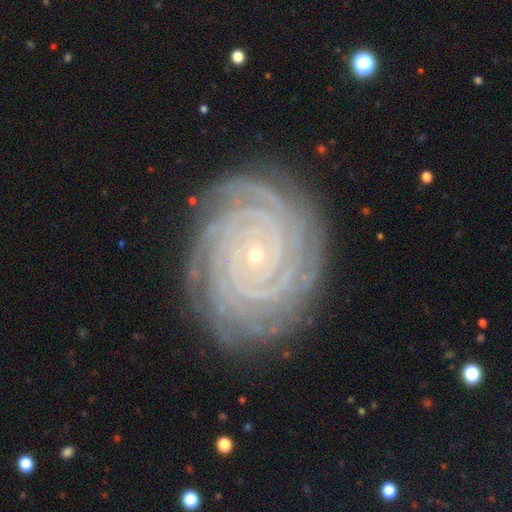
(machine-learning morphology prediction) Smooth or featured? Predicted: featured or disk (p=0.91). Edge-on disk? Predicted: no (p=0.98). Bar? Predicted: no (p=0.76). Spiral arms? Predicted: yes (p=0.99). Spiral winding? Predicted: tight (p=0.92). Spiral arm count? Predicted: more than 4 (p=0.27). Bulge size? Predicted: small (p=0.89). Merging? Predicted: none (p=0.85).